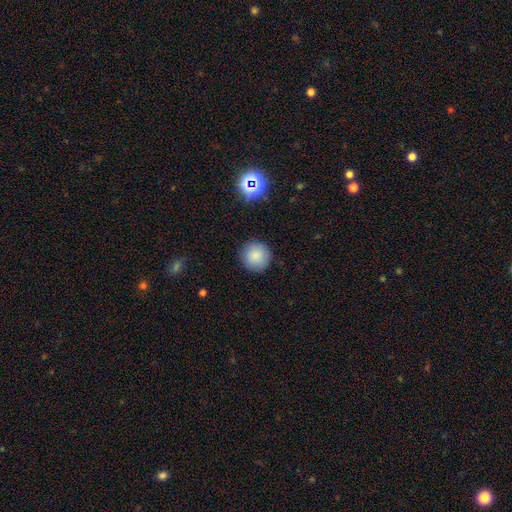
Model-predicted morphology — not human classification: Smooth or featured? smooth (84%)
How rounded? round (95%)
Merging? none (90%)